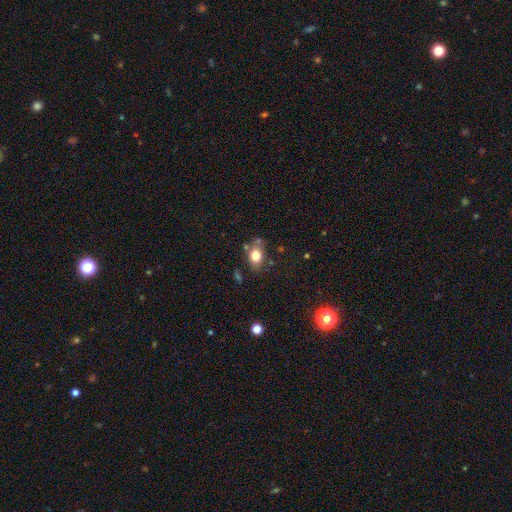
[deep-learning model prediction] smooth 79%, featured or disk 11%, star or artifact 10%. Down the decision tree: how rounded — in between (65%); merging — none (67%).